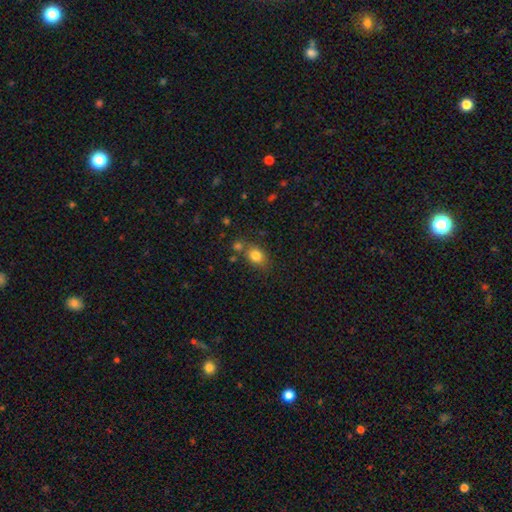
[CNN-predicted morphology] A smooth galaxy with no disk features (82%) that is in between round and cigar-shaped (53%).

Vote fractions:
- Smooth or featured? smooth: 82% / star or artifact: 11% / featured or disk: 7%
- How rounded? in between: 53% / round: 46% / cigar-shaped: 1%
- Merging? none: 65% / minor disturbance: 15% / merger: 15% / major disturbance: 5%